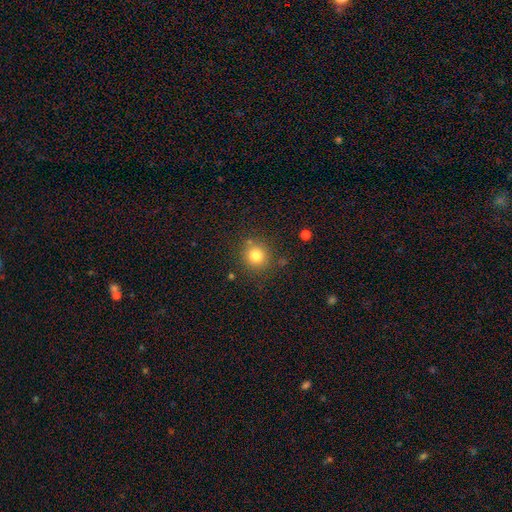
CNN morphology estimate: The model was most divided on "smooth or featured": smooth: 80%, star or artifact: 13%, featured or disk: 8%. More confident: how rounded — round (90%); merging — none (83%).